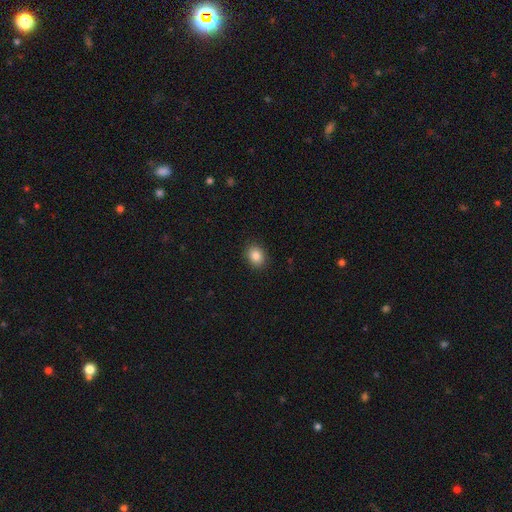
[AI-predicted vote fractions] Smooth or featured? Predicted: smooth (p=0.86). How rounded? Predicted: in between (p=0.54). Merging? Predicted: none (p=0.89).